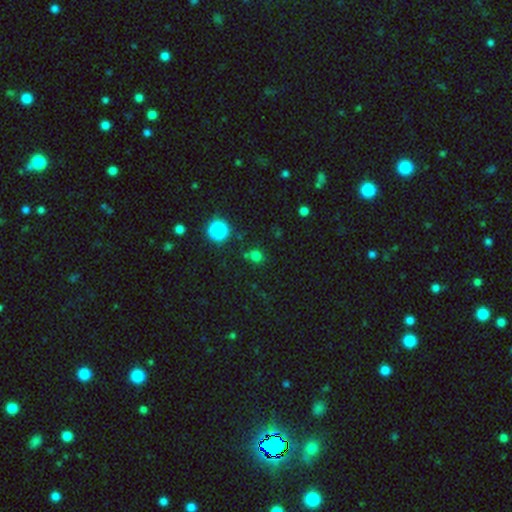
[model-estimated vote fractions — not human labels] This appears to be a smooth galaxy with no disk features (69%) that is round (80%). Merging: none (75%).